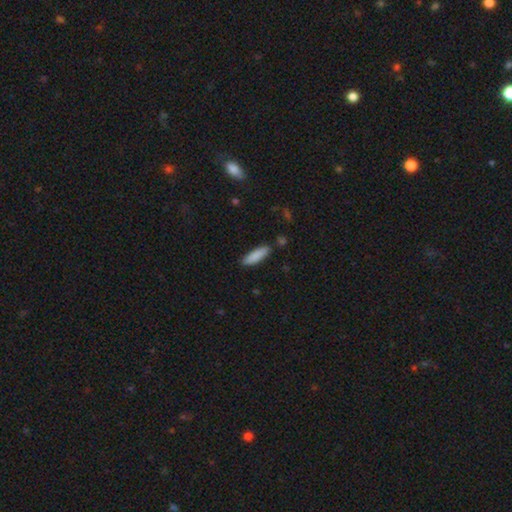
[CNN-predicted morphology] smooth-or-featured: smooth: 87% | featured or disk: 7% | star or artifact: 6%
  how-rounded: cigar-shaped: 62% | in between: 36% | round: 1%
  merging: none: 84% | minor disturbance: 11% | merger: 3% | major disturbance: 2%